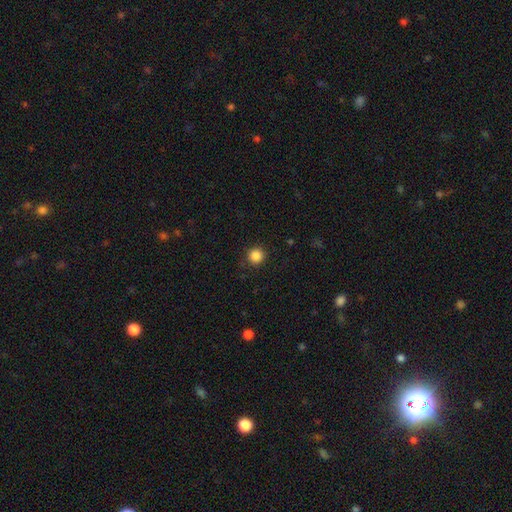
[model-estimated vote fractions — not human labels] A smooth galaxy with no disk features (86%) that is round (94%). Merging: none (89%).